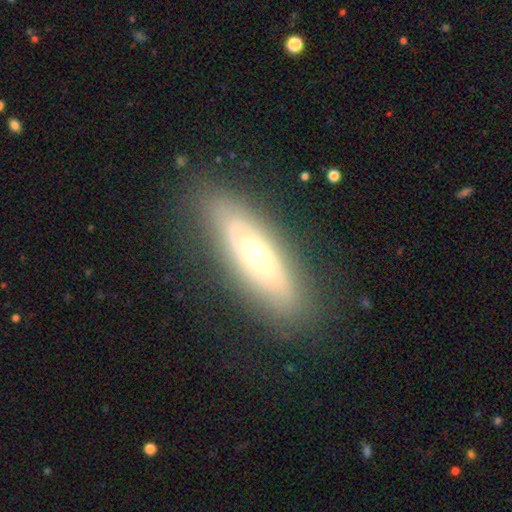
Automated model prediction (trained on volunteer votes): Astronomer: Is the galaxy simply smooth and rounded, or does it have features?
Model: featured or disk — 55% (runner-up: smooth, 38%).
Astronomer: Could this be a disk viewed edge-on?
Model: no — 65%.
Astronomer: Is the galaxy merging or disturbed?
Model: none — 81%.